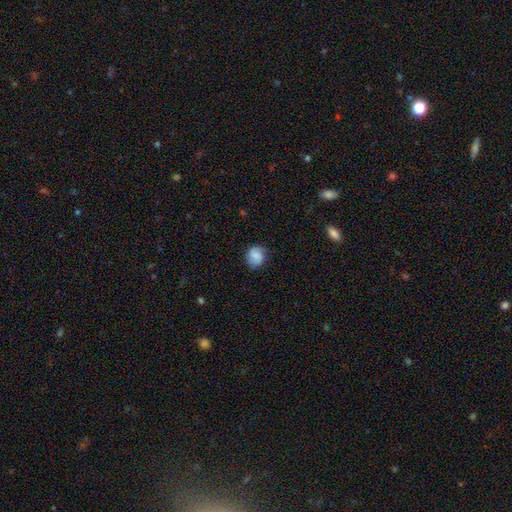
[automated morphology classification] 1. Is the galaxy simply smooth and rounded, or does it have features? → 72% smooth, 19% featured or disk, 8% star or artifact.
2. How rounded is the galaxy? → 71% round, 28% in between, 1% cigar-shaped.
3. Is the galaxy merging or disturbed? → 74% none, 20% minor disturbance, 5% major disturbance, 1% merger.